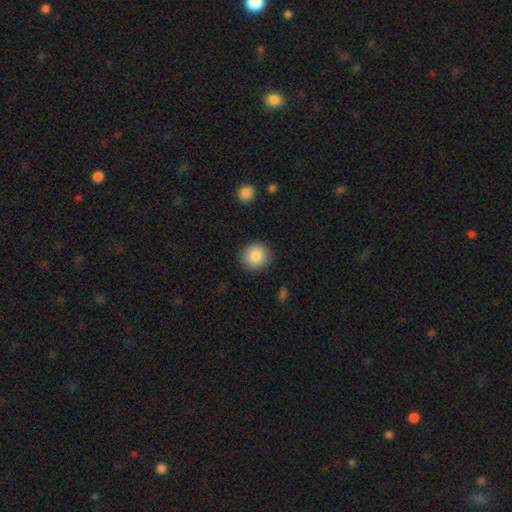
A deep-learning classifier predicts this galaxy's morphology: This is clearly a smooth galaxy (87%). How rounded: clearly round (91%). Merging: clearly none (90%).